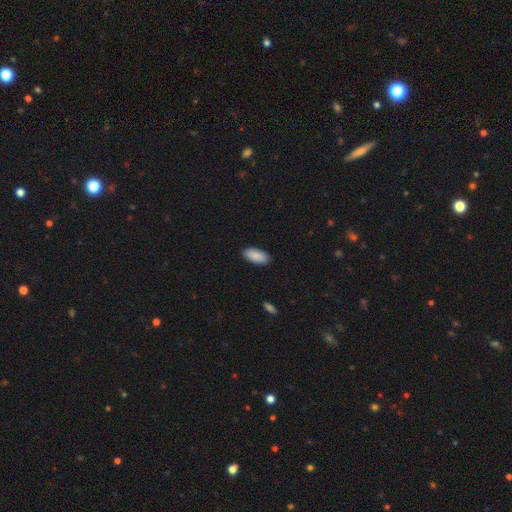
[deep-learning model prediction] Smooth or featured: smooth — 89% (star or artifact — 6%)
How rounded: in between — 92% (cigar-shaped — 6%)
Merging: none — 89% (minor disturbance — 8%)